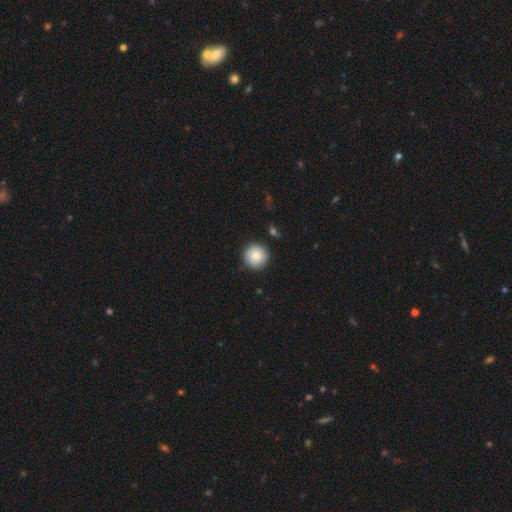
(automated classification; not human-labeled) smooth 81%, featured or disk 12%, star or artifact 8%. Down the decision tree: how rounded — round (96%); merging — none (89%).